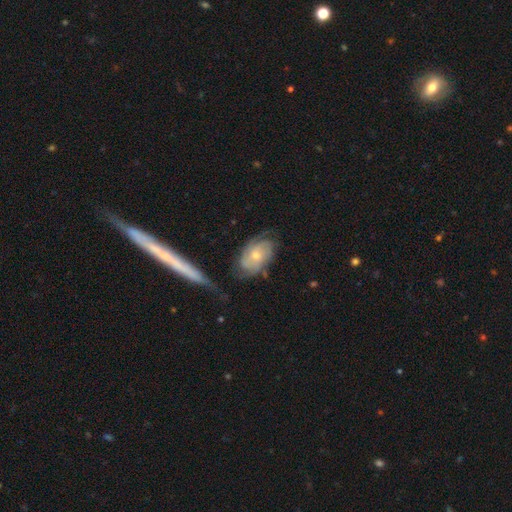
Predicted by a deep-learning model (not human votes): Smooth or featured: featured or disk — 69% (smooth — 25%)
Edge-on disk: no — 94% (yes — 6%)
Bar: no — 73% (weak — 23%)
Spiral arms: yes — 89% (no — 11%)
Spiral winding: tight — 52% (medium — 35%)
Spiral arm count: can't tell — 35% (2 — 33%)
Bulge size: small — 49% (moderate — 46%)
Merging: none — 60% (minor disturbance — 23%)